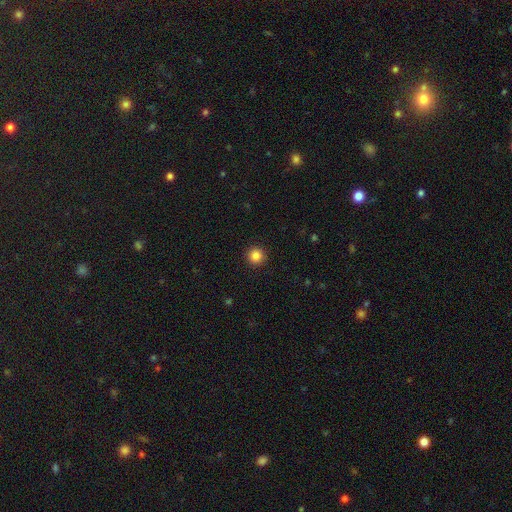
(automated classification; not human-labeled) Smooth or featured: smooth — 85% (star or artifact — 11%)
How rounded: round — 96% (in between — 3%)
Merging: none — 93% (minor disturbance — 4%)